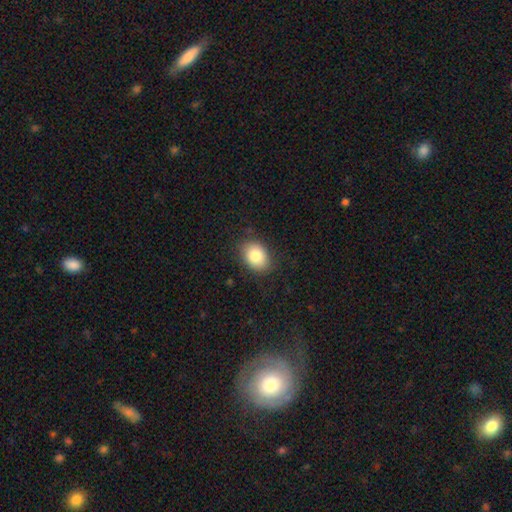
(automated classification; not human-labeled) A smooth galaxy with no disk features (83%) that is in between round and cigar-shaped (67%).

Vote fractions:
- Smooth or featured? smooth: 83% / featured or disk: 8% / star or artifact: 8%
- How rounded? in between: 67% / round: 32% / cigar-shaped: 1%
- Merging? none: 83% / minor disturbance: 12% / major disturbance: 3% / merger: 1%